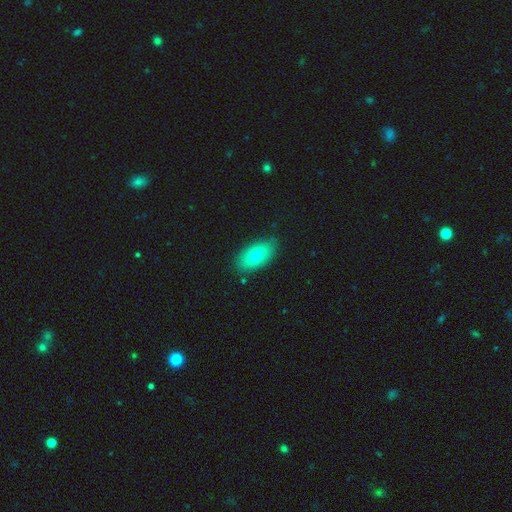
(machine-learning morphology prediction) Overall: smooth (73%). How rounded: in between (91%). Merging: none (84%).